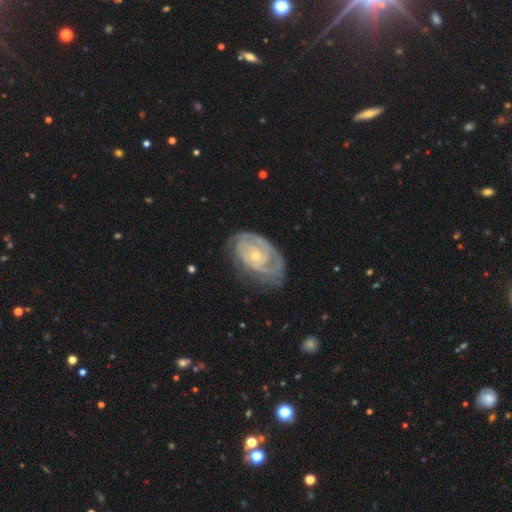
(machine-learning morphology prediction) A featured or disk galaxy (87%) with no bar (74%), 2 (37%) tight (74%) spiral arms (95%) and a small central bulge (72%).

Vote fractions:
- Smooth or featured? featured or disk: 87% / smooth: 9% / star or artifact: 5%
- Edge-on disk? no: 97% / yes: 3%
- Bar? no: 74% / weak: 21% / strong: 5%
- Spiral arms? yes: 95% / no: 5%
- Spiral winding? tight: 74% / medium: 21% / loose: 5%
- Spiral arm count? 2: 37% / can't tell: 28% / 3: 18% / 4: 6% / 1: 6% / more than 4: 4%
- Bulge size? small: 72% / moderate: 25% / none: 1% / large: 1% / dominant: 1%
- Merging? none: 66% / minor disturbance: 23% / major disturbance: 10% / merger: 2%